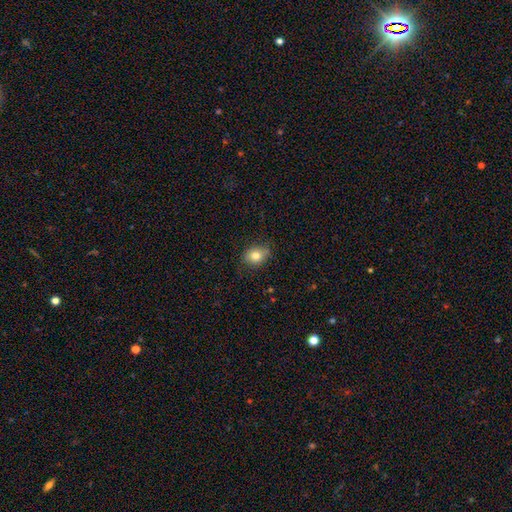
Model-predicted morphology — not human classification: smooth_or_featured: smooth (p=0.79) [alt: featured or disk p=0.11]
how_rounded: in between (p=0.55) [alt: round p=0.44]
merging: none (p=0.78) [alt: minor disturbance p=0.17]